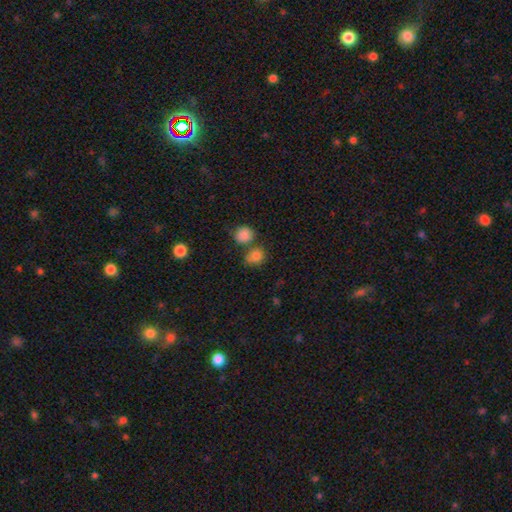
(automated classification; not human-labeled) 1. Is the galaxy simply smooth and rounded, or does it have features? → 82% smooth, 11% star or artifact, 7% featured or disk.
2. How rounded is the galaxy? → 68% round, 31% in between, 1% cigar-shaped.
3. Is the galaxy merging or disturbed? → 54% none, 30% merger, 12% minor disturbance, 4% major disturbance.